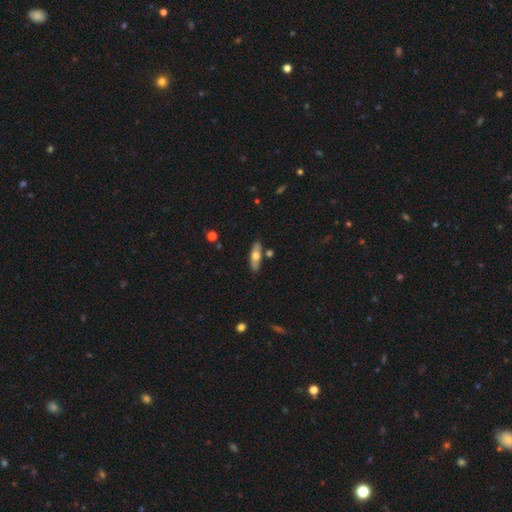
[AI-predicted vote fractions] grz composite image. It shows a smooth galaxy with no disk features (56%) that is in between round and cigar-shaped (60%). Merging: none (82%).